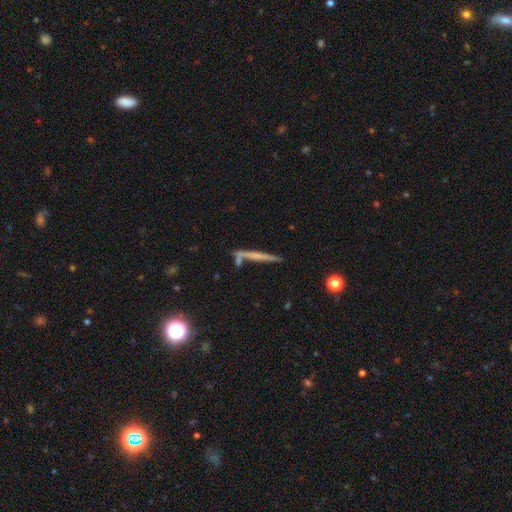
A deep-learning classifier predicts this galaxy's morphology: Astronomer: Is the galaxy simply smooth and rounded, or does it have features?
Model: featured or disk — 48% (runner-up: smooth, 43%).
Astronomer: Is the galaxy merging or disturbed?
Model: none — 69%.